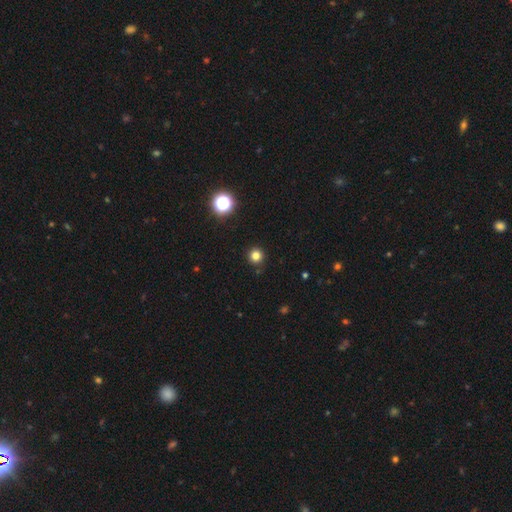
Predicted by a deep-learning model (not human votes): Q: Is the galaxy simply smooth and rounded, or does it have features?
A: smooth — 80%.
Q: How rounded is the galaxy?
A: round — 94%.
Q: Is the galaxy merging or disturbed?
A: none — 91%.